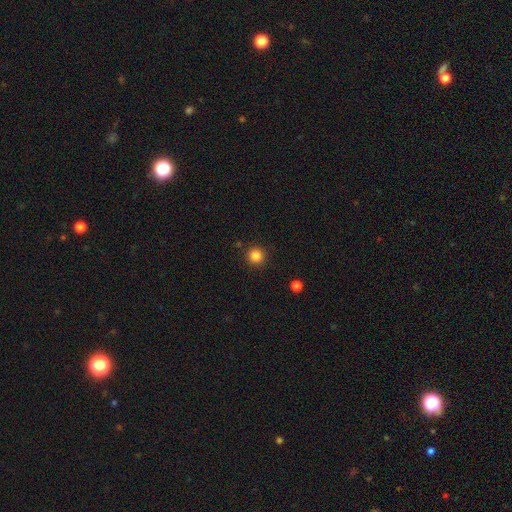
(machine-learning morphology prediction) Smooth or featured: smooth — 84% (star or artifact — 12%)
How rounded: round — 95% (in between — 4%)
Merging: none — 90% (minor disturbance — 6%)